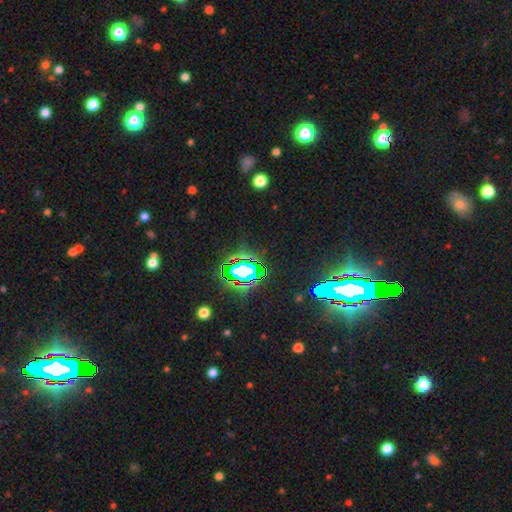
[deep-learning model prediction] smooth-or-featured: star or artifact: 78% | smooth: 12% | featured or disk: 11%